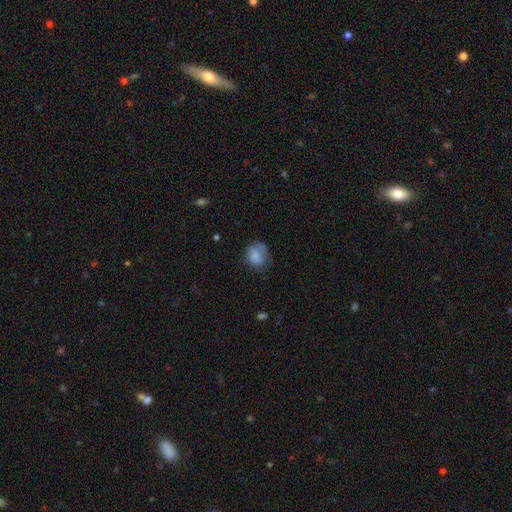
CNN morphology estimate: Smooth or featured?
  - smooth: 77% *
  - featured or disk: 14%
  - star or artifact: 9%
How rounded?
  - round: 64% *
  - in between: 35%
  - cigar-shaped: 1%
Merging?
  - none: 54% *
  - minor disturbance: 28%
  - major disturbance: 15%
  - merger: 3%